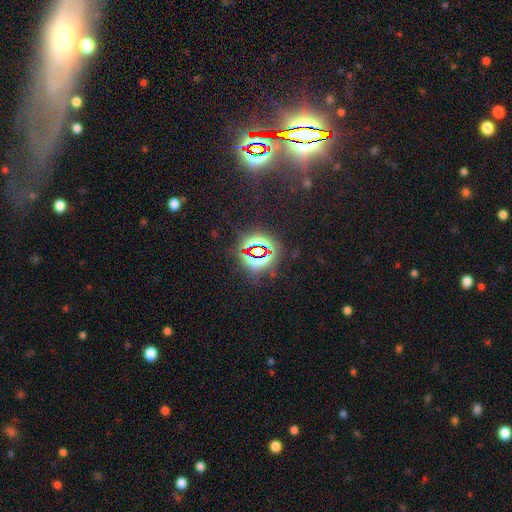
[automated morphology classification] This appears to be a star or artifact, not a galaxy (83%).